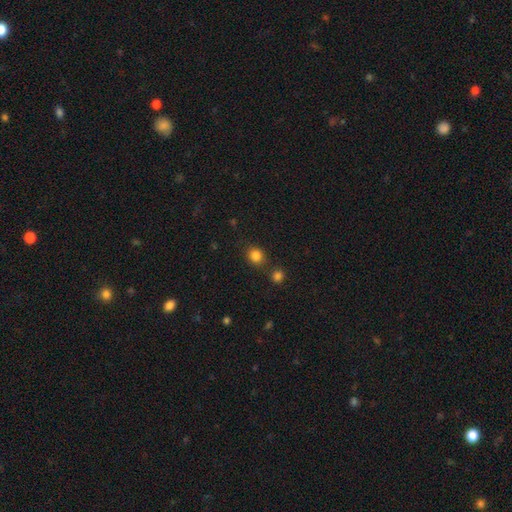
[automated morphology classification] Q: Smooth or featured?
A: smooth (83%); runner-up: star or artifact (12%)
Q: How rounded?
A: round (76%); runner-up: in between (23%)
Q: Merging?
A: none (77%); runner-up: merger (10%)